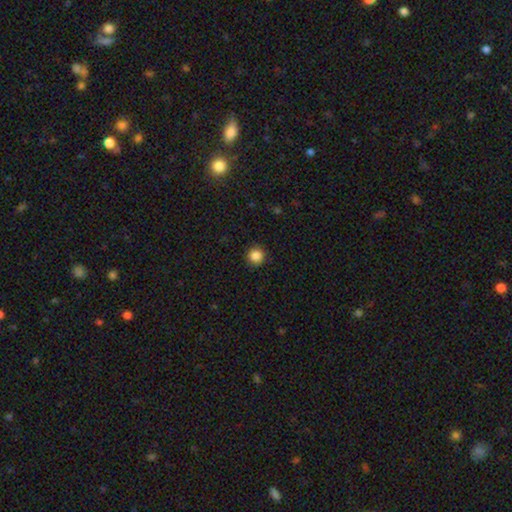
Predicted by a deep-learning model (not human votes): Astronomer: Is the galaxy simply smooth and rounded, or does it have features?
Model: smooth — 86%.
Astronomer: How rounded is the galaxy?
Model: round — 94%.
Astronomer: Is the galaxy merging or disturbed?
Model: none — 92%.